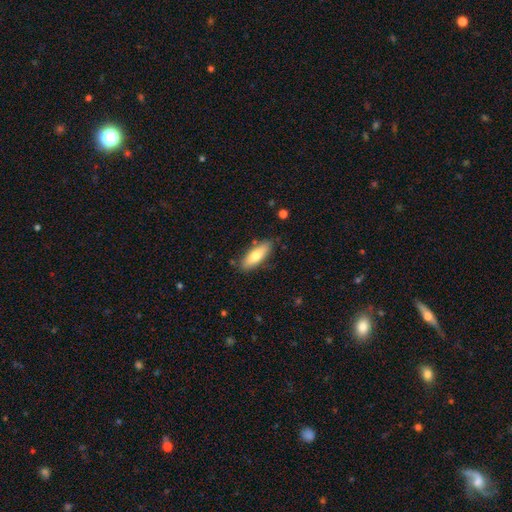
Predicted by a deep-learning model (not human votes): This appears to be a smooth galaxy with no disk features (73%) that is in between round and cigar-shaped (63%). Merging: none (82%).